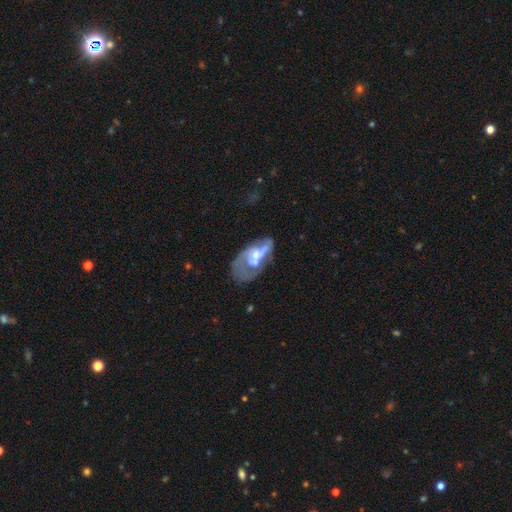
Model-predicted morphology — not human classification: A featured or disk galaxy (70%) with no bar (63%), spiral arms (59%) and a moderate central bulge (52%). Merging: merger (33%).